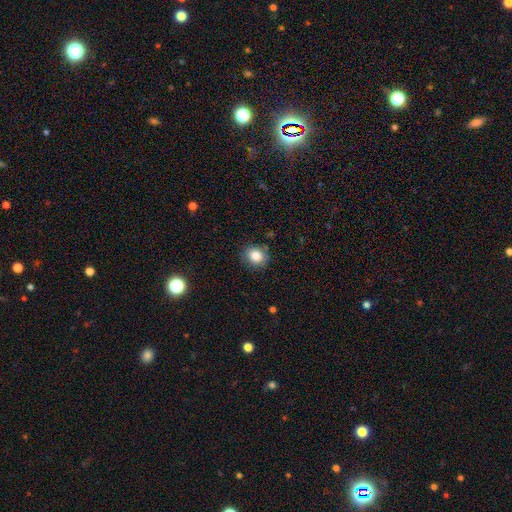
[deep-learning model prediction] Morphology: type=smooth (85%); roundness=round (75%); merging=none (82%).